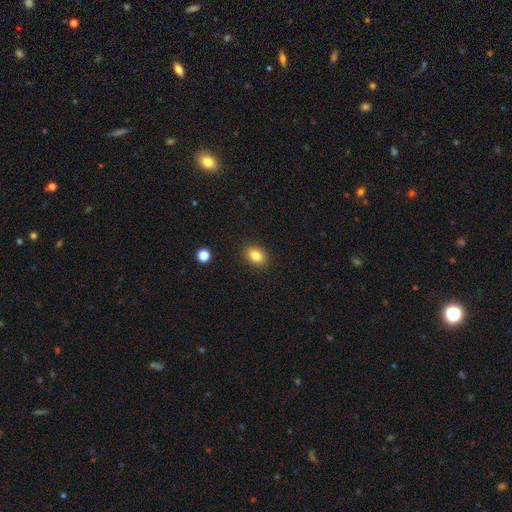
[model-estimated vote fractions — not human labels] smooth-or-featured: smooth: 84% | star or artifact: 10% | featured or disk: 7%
  how-rounded: in between: 76% | round: 22% | cigar-shaped: 2%
  merging: none: 89% | minor disturbance: 8% | major disturbance: 2% | merger: 1%